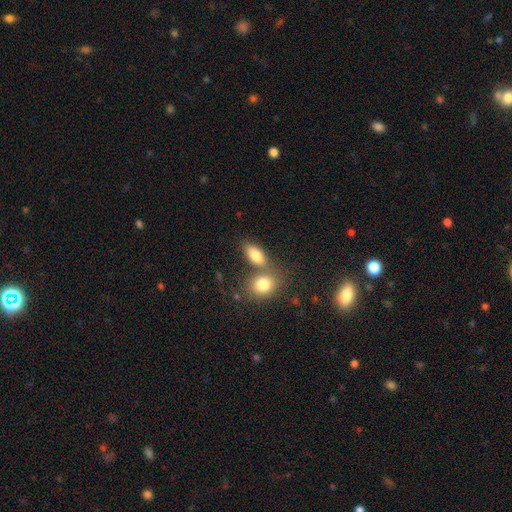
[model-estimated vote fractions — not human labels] Smooth or featured? smooth (82%)
How rounded? in between (83%)
Merging? none (51%)